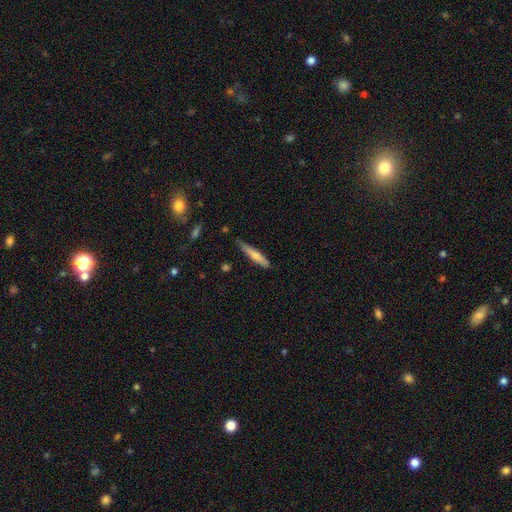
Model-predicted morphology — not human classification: Smooth or featured? smooth (69%)
How rounded? cigar-shaped (90%)
Merging? none (72%)